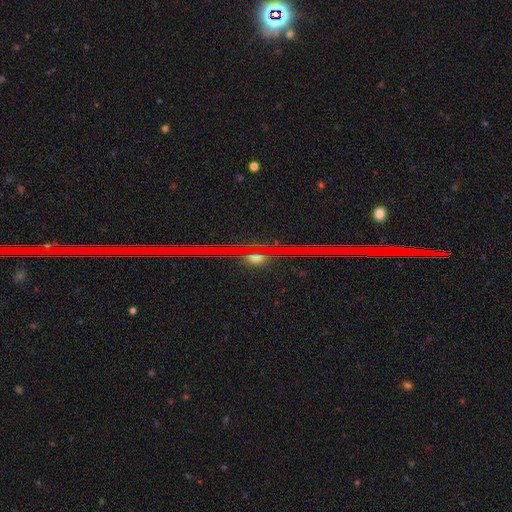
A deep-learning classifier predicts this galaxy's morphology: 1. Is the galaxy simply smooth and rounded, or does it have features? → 72% star or artifact, 14% smooth, 14% featured or disk.